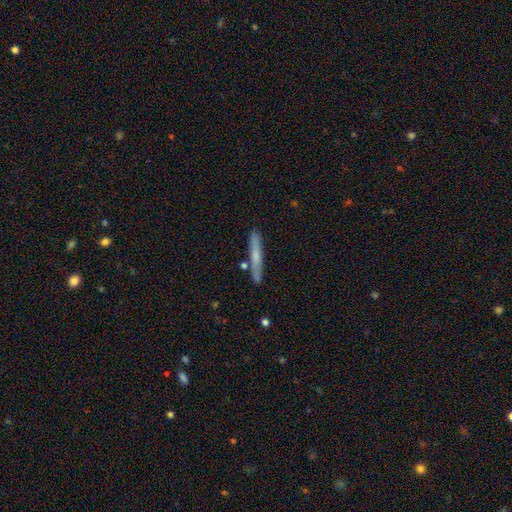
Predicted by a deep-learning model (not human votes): Overall: smooth (57%; featured or disk 36%). How rounded: cigar-shaped (95%). Merging: none (84%).